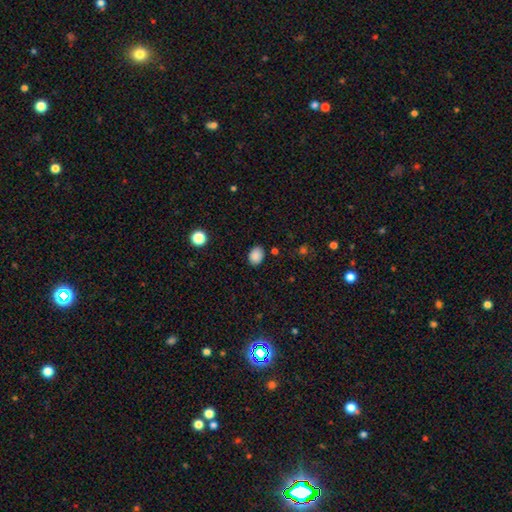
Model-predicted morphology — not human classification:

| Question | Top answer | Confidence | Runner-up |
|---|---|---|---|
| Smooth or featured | smooth | 87% | star or artifact (10%) |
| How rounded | in between | 63% | round (36%) |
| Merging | none | 85% | minor disturbance (11%) |